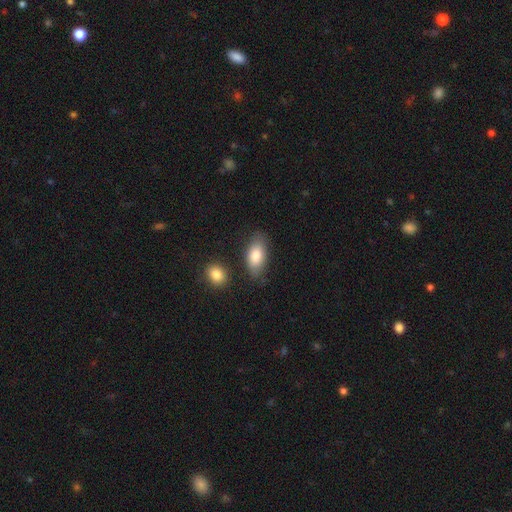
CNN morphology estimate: The model was most divided on "merging": none: 76%, minor disturbance: 14%, merger: 5%, major disturbance: 4%. More confident: how rounded — in between (90%); smooth or featured — smooth (82%).